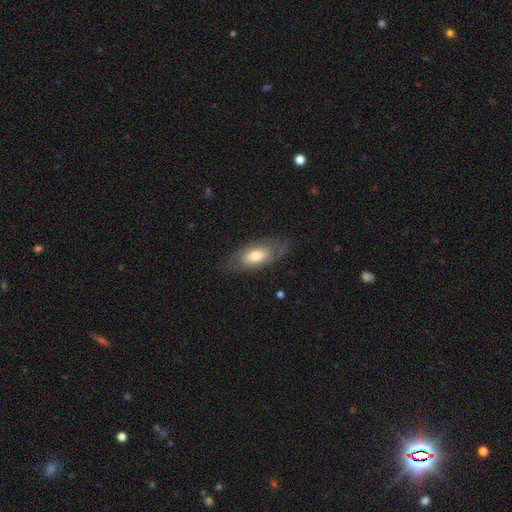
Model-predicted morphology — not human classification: Smooth or featured? Predicted: smooth (p=0.57). How rounded? Predicted: in between (p=0.84). Merging? Predicted: none (p=0.74).